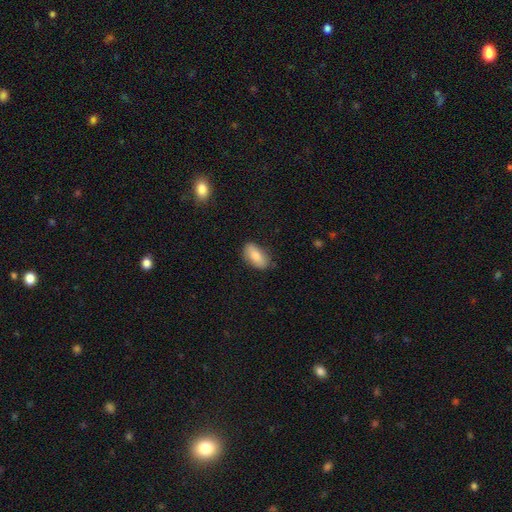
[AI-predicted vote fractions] Smooth or featured: smooth — 83% (featured or disk — 10%)
How rounded: in between — 91% (cigar-shaped — 6%)
Merging: none — 79% (minor disturbance — 16%)